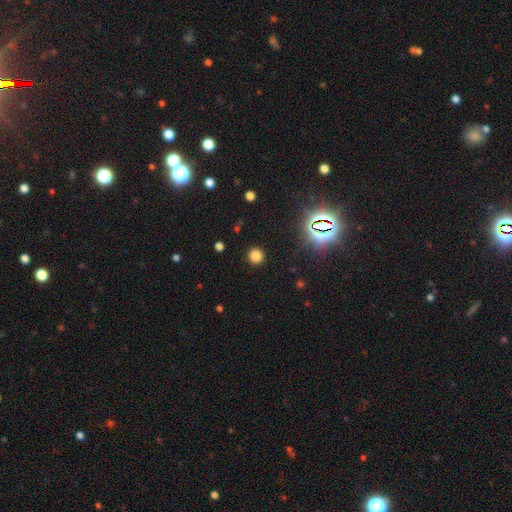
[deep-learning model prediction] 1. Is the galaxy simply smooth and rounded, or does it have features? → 77% smooth, 19% star or artifact, 5% featured or disk.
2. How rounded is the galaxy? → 93% round, 6% in between, 1% cigar-shaped.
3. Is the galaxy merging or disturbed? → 91% none, 5% minor disturbance, 2% major disturbance, 1% merger.